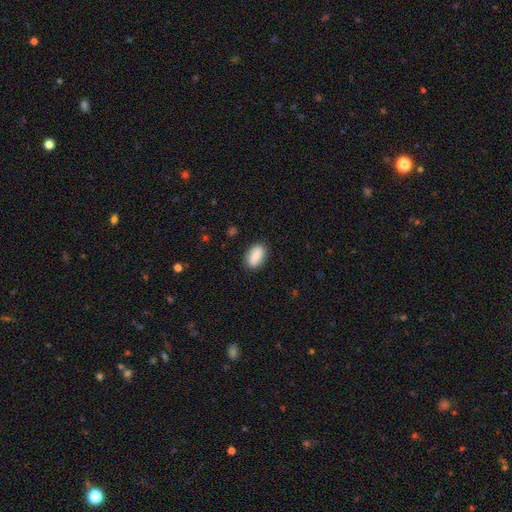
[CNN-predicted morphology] Smooth or featured? Predicted: smooth (p=0.86). How rounded? Predicted: in between (p=0.90). Merging? Predicted: none (p=0.84).